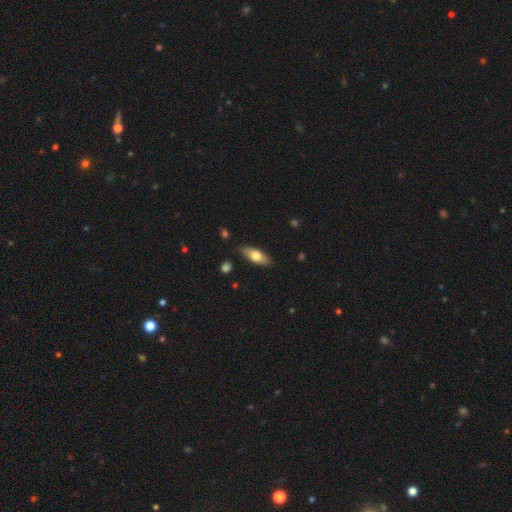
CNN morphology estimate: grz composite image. It shows a smooth galaxy with no disk features (68%) that is in between round and cigar-shaped (70%). Merging: none (85%).